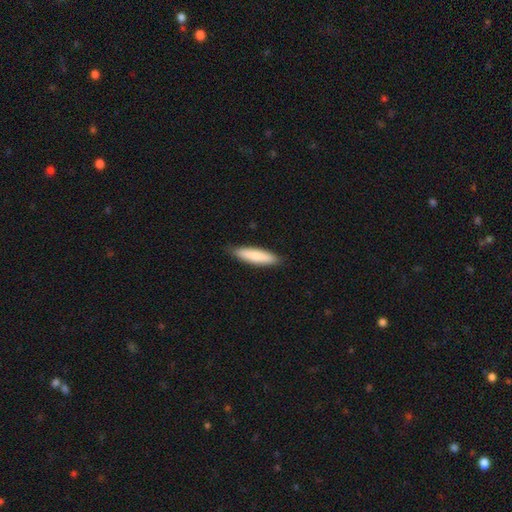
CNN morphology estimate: smooth_or_featured: smooth (p=0.83) [alt: featured or disk p=0.12]
how_rounded: cigar-shaped (p=0.73) [alt: in between p=0.25]
merging: none (p=0.87) [alt: minor disturbance p=0.11]